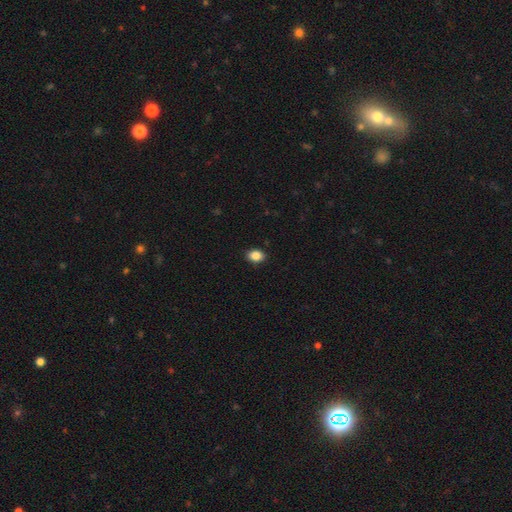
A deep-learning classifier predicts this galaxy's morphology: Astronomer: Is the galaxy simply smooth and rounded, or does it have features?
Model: smooth — 87%.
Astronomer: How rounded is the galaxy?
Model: in between — 71%.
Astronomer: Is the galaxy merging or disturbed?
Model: none — 90%.